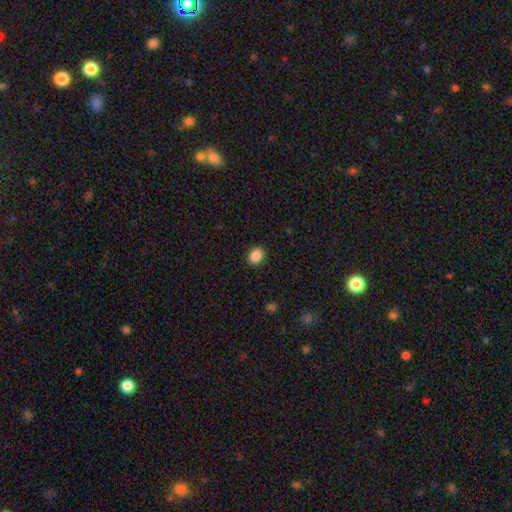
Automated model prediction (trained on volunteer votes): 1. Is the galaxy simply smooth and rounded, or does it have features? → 88% smooth, 9% star or artifact, 4% featured or disk.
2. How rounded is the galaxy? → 57% in between, 42% round, 1% cigar-shaped.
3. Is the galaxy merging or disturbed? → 90% none, 7% minor disturbance, 2% major disturbance, 1% merger.